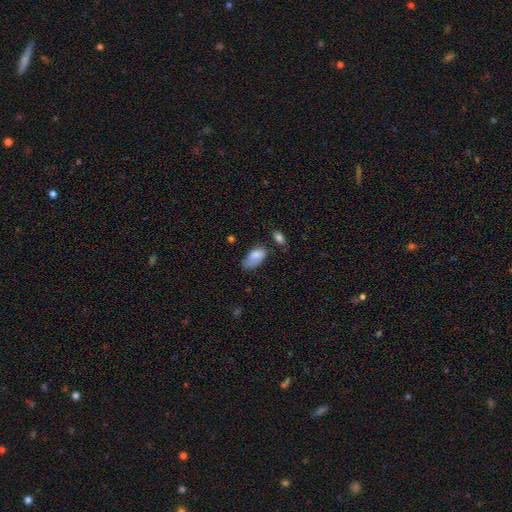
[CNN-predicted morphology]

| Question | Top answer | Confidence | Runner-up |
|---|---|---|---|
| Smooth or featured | smooth | 82% | featured or disk (11%) |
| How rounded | in between | 93% | round (3%) |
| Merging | none | 41% | minor disturbance (39%) |